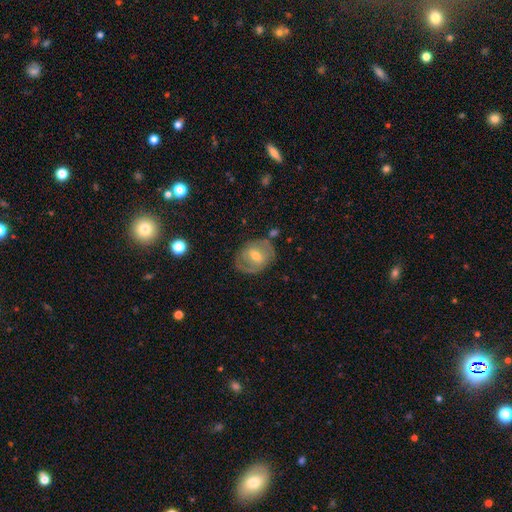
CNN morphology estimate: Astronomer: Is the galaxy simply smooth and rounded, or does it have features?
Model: featured or disk — 54% (runner-up: smooth, 40%).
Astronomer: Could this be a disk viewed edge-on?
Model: no — 95%.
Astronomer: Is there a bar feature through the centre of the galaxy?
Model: weak — 49% (runner-up: no, 32%).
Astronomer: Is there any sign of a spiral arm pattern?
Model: yes — 55% (runner-up: no, 45%).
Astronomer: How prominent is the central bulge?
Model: moderate — 64%.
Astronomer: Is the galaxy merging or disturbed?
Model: none — 68%.